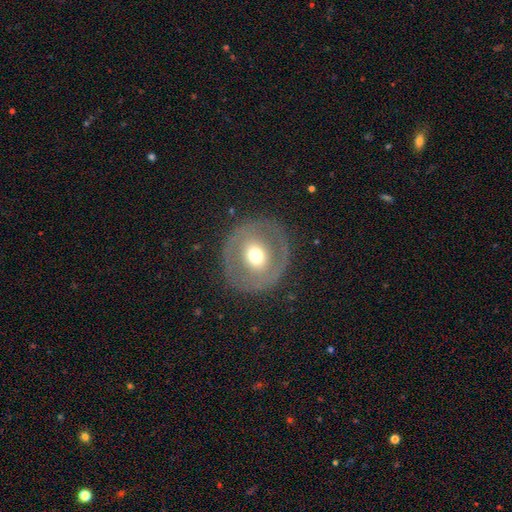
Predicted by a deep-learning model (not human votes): Morphology: type=smooth (46%, tied with featured or disk); merging=none (83%).